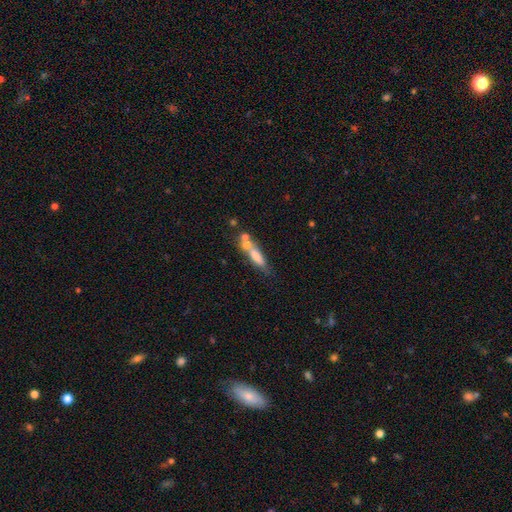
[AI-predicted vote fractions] This appears to be a smooth galaxy with no disk features (61%) that is cigar-shaped (66%). Merging: none (43%).